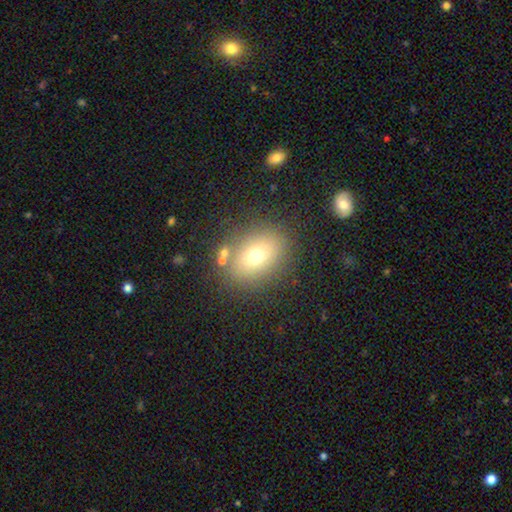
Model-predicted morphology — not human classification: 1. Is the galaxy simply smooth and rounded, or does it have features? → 69% smooth, 16% featured or disk, 15% star or artifact.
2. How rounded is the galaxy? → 58% in between, 41% round, 1% cigar-shaped.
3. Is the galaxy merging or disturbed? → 79% none, 11% minor disturbance, 5% merger, 5% major disturbance.